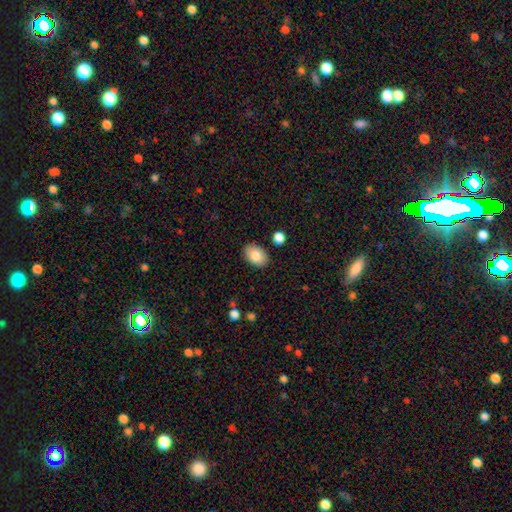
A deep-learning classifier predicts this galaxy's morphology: A smooth galaxy with no disk features (83%) that is in between round and cigar-shaped (88%). Merging: none (87%).